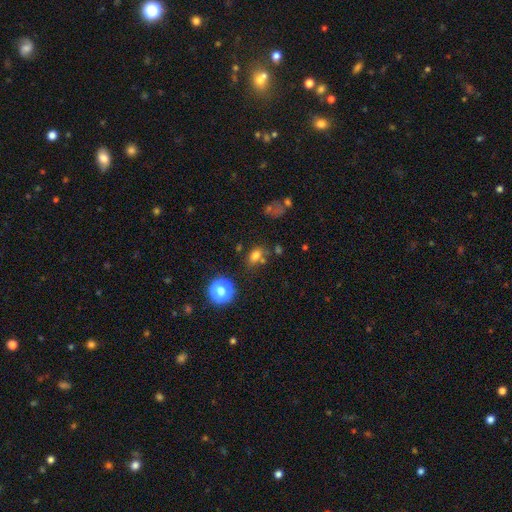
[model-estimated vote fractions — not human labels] Smooth or featured? smooth (73%)
How rounded? in between (70%)
Merging? none (64%)